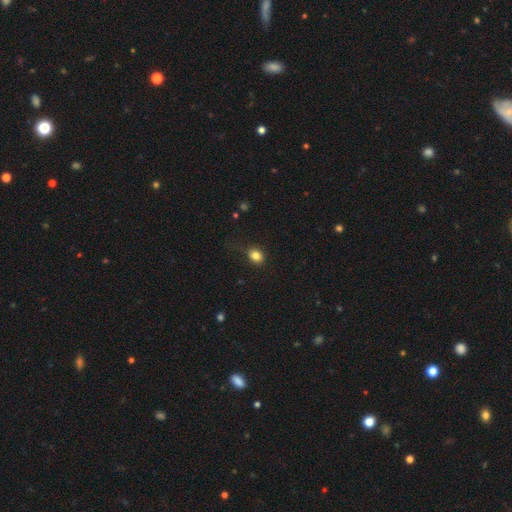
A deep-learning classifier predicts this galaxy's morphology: Smooth or featured?
  - smooth: 83% *
  - star or artifact: 12%
  - featured or disk: 5%
How rounded?
  - round: 57% *
  - in between: 42%
  - cigar-shaped: 1%
Merging?
  - none: 80% *
  - minor disturbance: 14%
  - major disturbance: 4%
  - merger: 1%